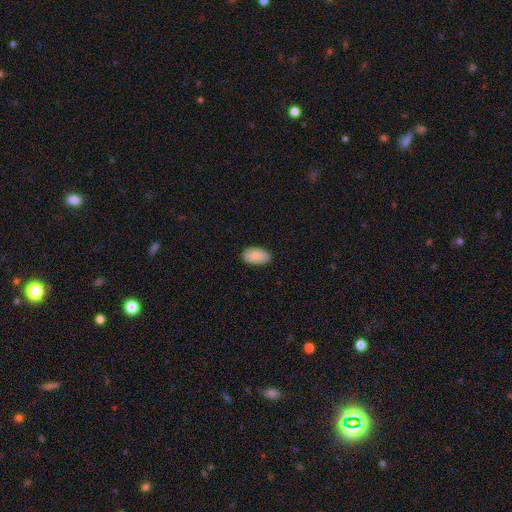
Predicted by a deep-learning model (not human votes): A smooth galaxy with no disk features (88%) that is in between round and cigar-shaped (95%).

Vote fractions:
- Smooth or featured? smooth: 88% / star or artifact: 6% / featured or disk: 5%
- How rounded? in between: 95% / round: 3% / cigar-shaped: 2%
- Merging? none: 87% / minor disturbance: 10% / major disturbance: 2% / merger: 1%